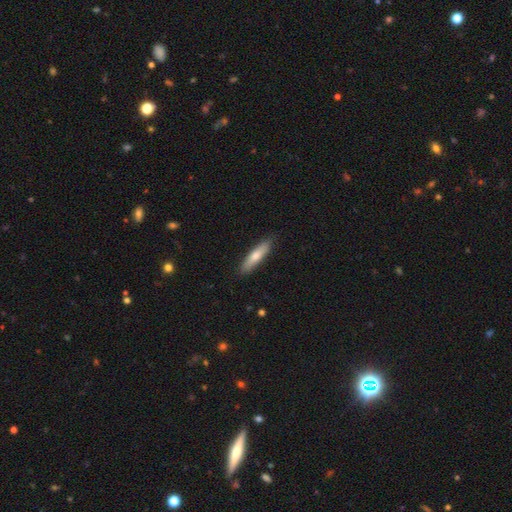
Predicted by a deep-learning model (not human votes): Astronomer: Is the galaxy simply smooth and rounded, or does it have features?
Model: smooth — 69%.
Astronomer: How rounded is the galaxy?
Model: cigar-shaped — 77%.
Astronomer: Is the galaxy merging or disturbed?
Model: none — 88%.